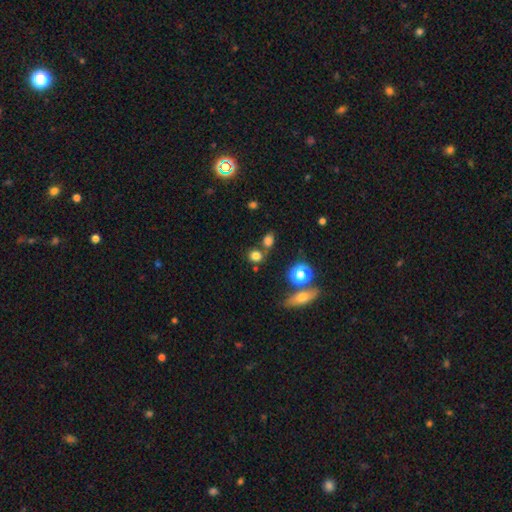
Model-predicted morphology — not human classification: smooth-or-featured: smooth: 76% | star or artifact: 17% | featured or disk: 7%
  how-rounded: round: 73% | in between: 25% | cigar-shaped: 2%
  merging: none: 65% | merger: 21% | minor disturbance: 10% | major disturbance: 4%